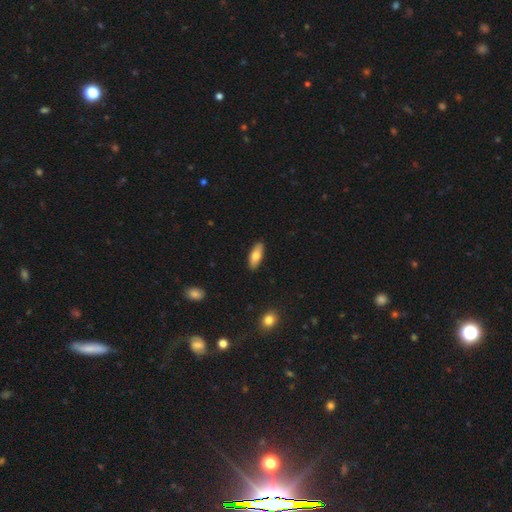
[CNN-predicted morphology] Q: Smooth or featured?
A: smooth (76%); runner-up: featured or disk (18%)
Q: How rounded?
A: in between (72%); runner-up: cigar-shaped (26%)
Q: Merging?
A: none (89%); runner-up: minor disturbance (8%)